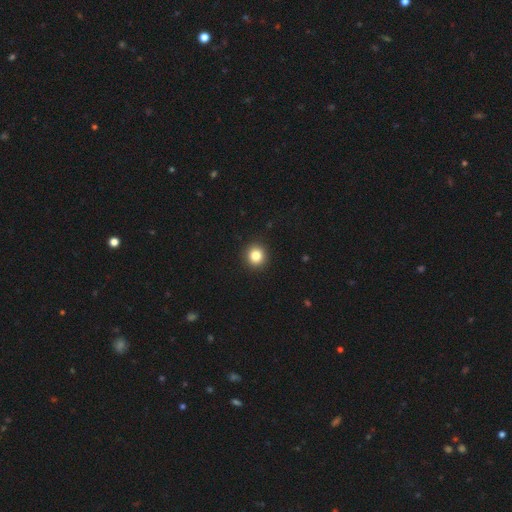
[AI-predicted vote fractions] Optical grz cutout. It shows a smooth galaxy with no disk features (84%) that is round (92%). Merging: none (93%).